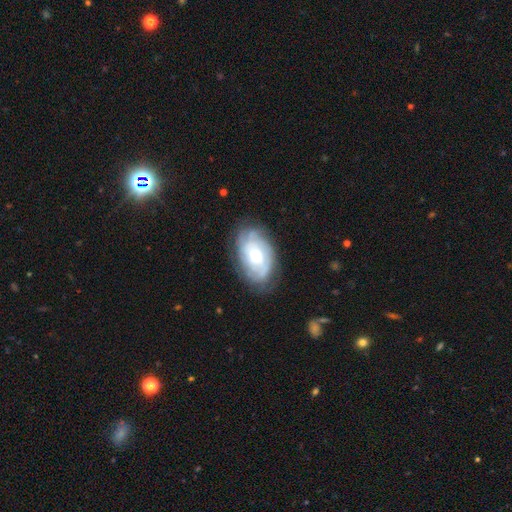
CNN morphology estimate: Smooth or featured? Predicted: featured or disk (p=0.69). Edge-on disk? Predicted: no (p=0.95). Bar? Predicted: no (p=0.74). Spiral arms? Predicted: yes (p=0.84). Spiral winding? Predicted: tight (p=0.64). Spiral arm count? Predicted: can't tell (p=0.54). Bulge size? Predicted: moderate (p=0.64). Merging? Predicted: none (p=0.74).